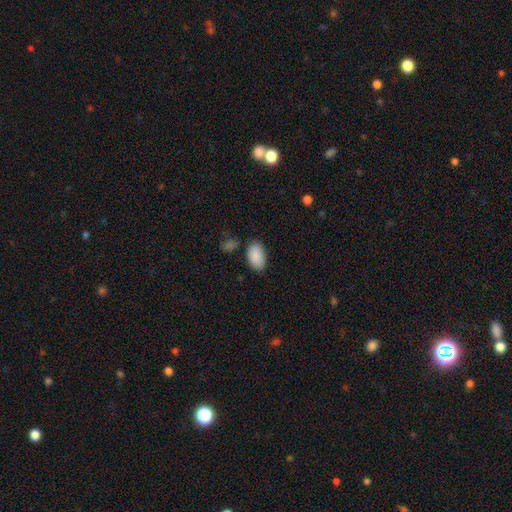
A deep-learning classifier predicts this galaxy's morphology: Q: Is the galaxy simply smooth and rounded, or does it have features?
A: smooth — 90%.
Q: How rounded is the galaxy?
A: in between — 94%.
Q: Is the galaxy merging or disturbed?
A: none — 81%.